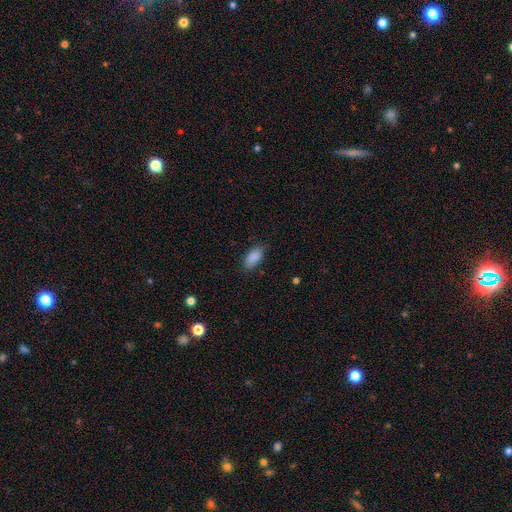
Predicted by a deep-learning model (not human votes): smooth 89%, star or artifact 7%, featured or disk 4%. Down the decision tree: how rounded — in between (91%); merging — none (80%).